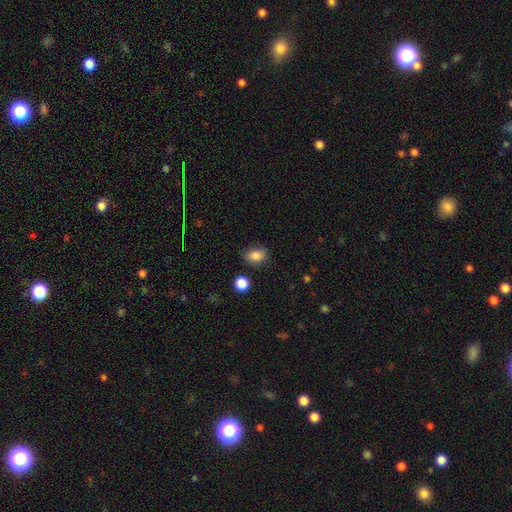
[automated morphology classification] Overall: smooth (85%). How rounded: in between (70%). Merging: none (80%).